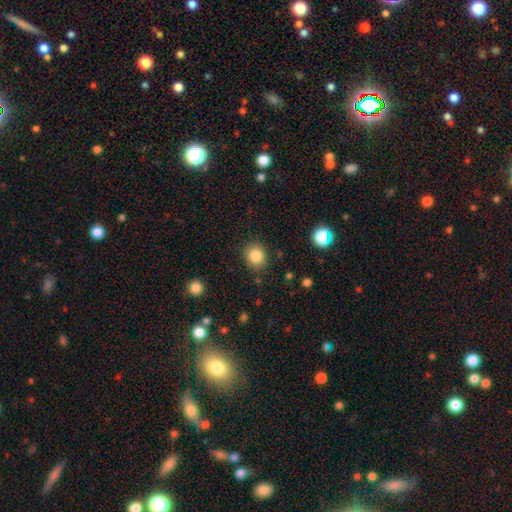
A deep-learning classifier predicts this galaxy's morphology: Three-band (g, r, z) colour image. It shows a smooth galaxy with no disk features (85%) that is round (74%). Merging: none (84%).